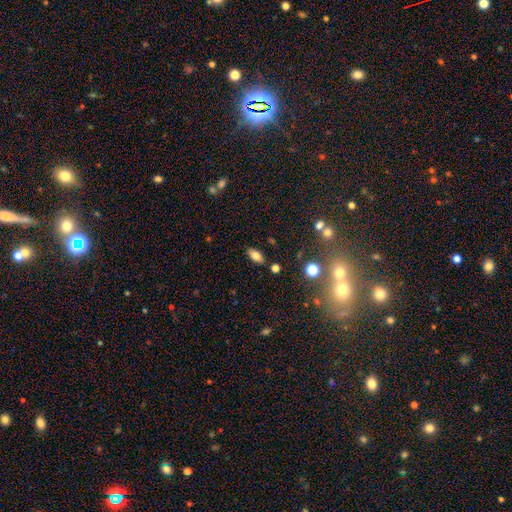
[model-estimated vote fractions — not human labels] Smooth or featured: smooth — 76% (featured or disk — 13%)
How rounded: in between — 88% (cigar-shaped — 7%)
Merging: none — 85% (minor disturbance — 10%)